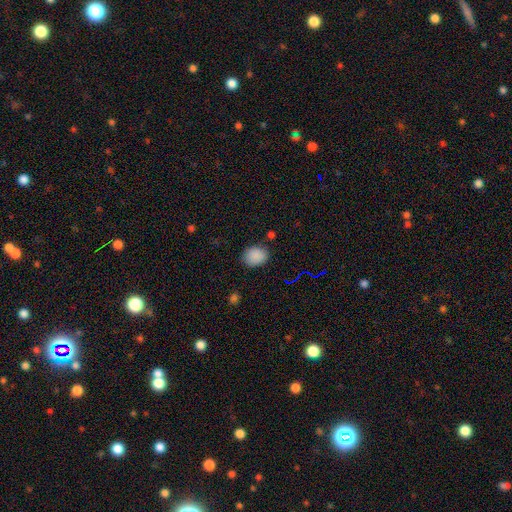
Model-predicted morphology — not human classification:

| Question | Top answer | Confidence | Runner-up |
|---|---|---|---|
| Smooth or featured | smooth | 86% | star or artifact (10%) |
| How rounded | round | 51% | in between (48%) |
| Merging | none | 78% | minor disturbance (16%) |